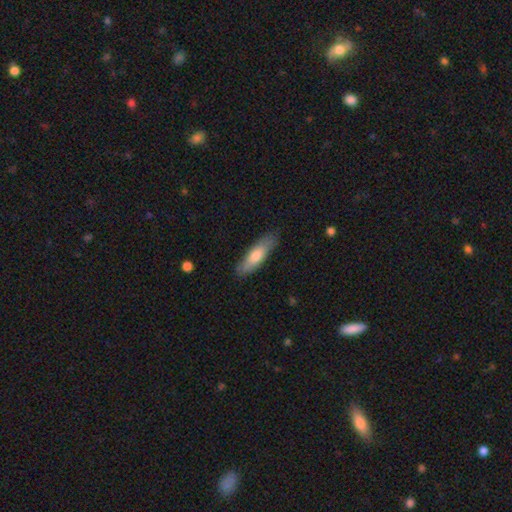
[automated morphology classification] Smooth or featured: smooth — 69% (featured or disk — 25%)
How rounded: cigar-shaped — 59% (in between — 39%)
Merging: none — 83% (minor disturbance — 13%)